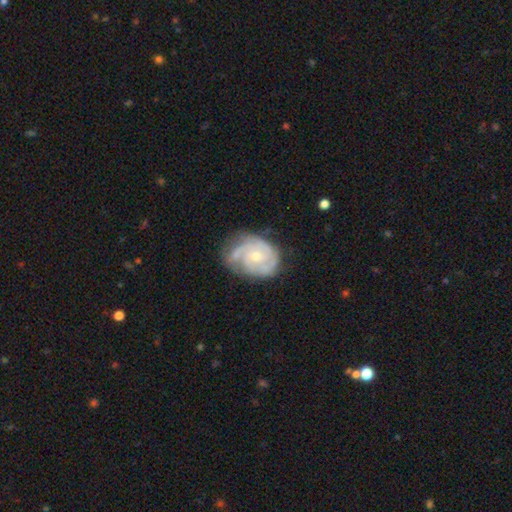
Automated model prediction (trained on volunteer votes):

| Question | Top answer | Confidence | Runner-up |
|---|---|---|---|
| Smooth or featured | featured or disk | 85% | smooth (10%) |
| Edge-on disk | no | 98% | yes (2%) |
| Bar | no | 66% | weak (29%) |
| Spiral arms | yes | 96% | no (4%) |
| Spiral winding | tight | 64% | medium (30%) |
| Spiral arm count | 2 | 34% | 3 (33%) |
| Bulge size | small | 53% | moderate (42%) |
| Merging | none | 65% | minor disturbance (25%) |